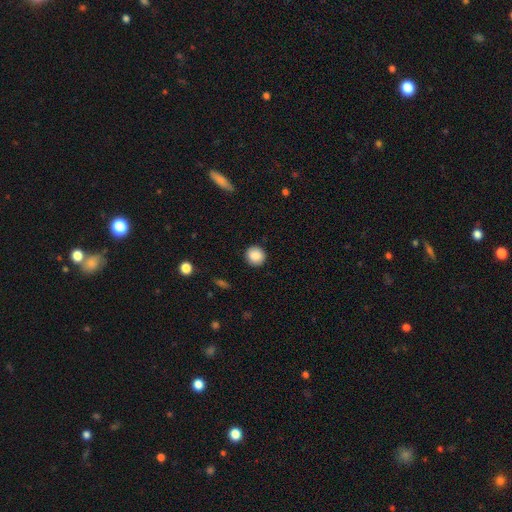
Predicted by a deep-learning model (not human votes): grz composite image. It shows a smooth galaxy with no disk features (87%) that is round (90%). Merging: none (91%).